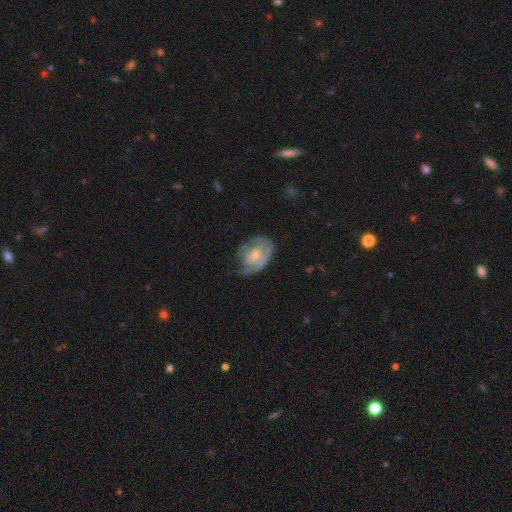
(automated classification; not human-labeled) Smooth or featured?
  - featured or disk: 63% *
  - smooth: 31%
  - star or artifact: 6%
Edge-on disk?
  - no: 96% *
  - yes: 4%
Bar?
  - no: 71% *
  - weak: 25%
  - strong: 4%
Spiral arms?
  - yes: 72% *
  - no: 28%
Bulge size?
  - moderate: 50% *
  - small: 31%
  - large: 9%
  - none: 8%
  - dominant: 1%
Merging?
  - none: 48% *
  - minor disturbance: 29%
  - major disturbance: 20%
  - merger: 2%